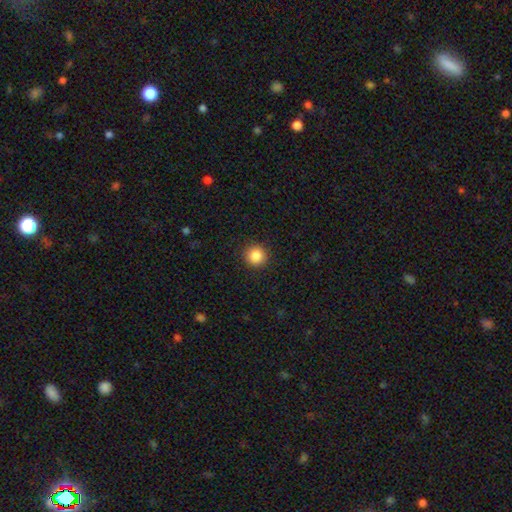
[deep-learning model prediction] Overall: smooth (87%). How rounded: round (95%). Merging: none (92%).